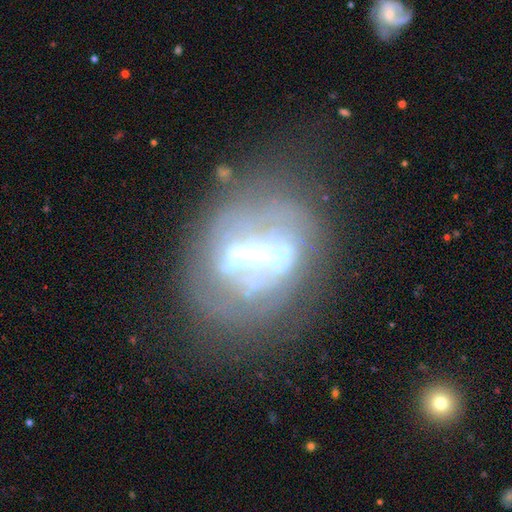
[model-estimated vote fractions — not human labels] A featured or disk galaxy (70%) with a strong bar (58%), no spiral arms (72%) and a moderate central bulge (32%). Merging: none (52%).